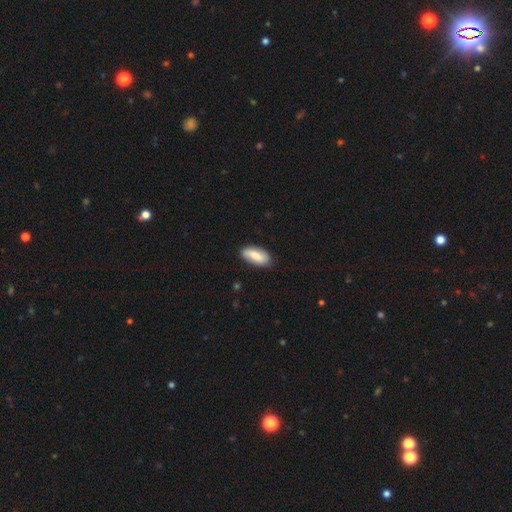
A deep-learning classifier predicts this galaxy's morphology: A smooth galaxy with no disk features (71%) that is in between round and cigar-shaped (86%). Merging: none (81%).